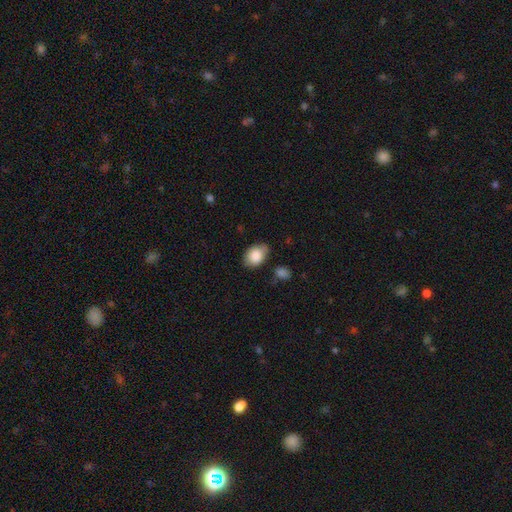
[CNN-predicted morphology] smooth-or-featured: smooth: 86% | featured or disk: 7% | star or artifact: 7%
  how-rounded: in between: 77% | round: 21% | cigar-shaped: 1%
  merging: none: 71% | minor disturbance: 21% | major disturbance: 4% | merger: 4%